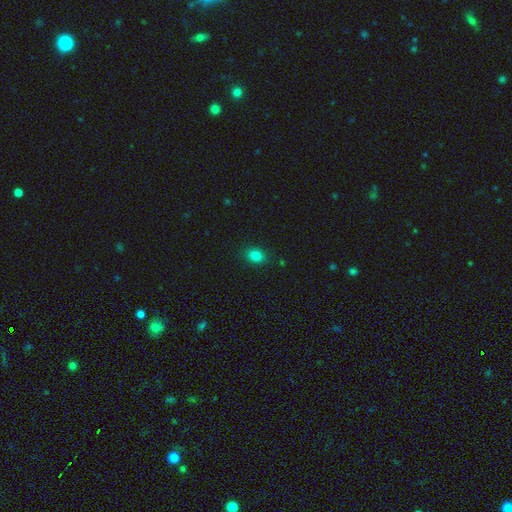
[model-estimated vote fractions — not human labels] Smooth or featured: smooth — 82% (star or artifact — 13%)
How rounded: in between — 59% (round — 40%)
Merging: none — 88% (minor disturbance — 8%)